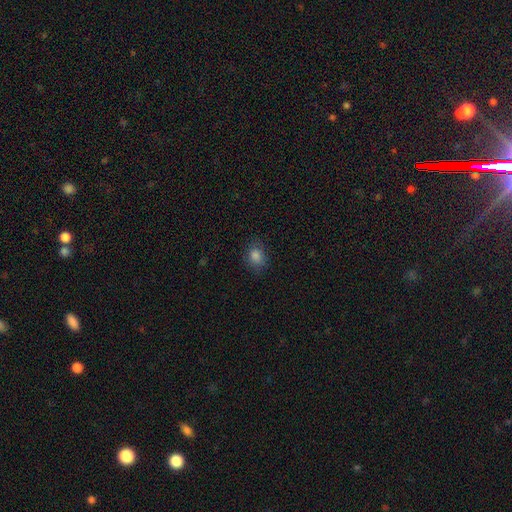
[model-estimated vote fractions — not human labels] A smooth galaxy with no disk features (83%) that is round (52%). Merging: none (80%).